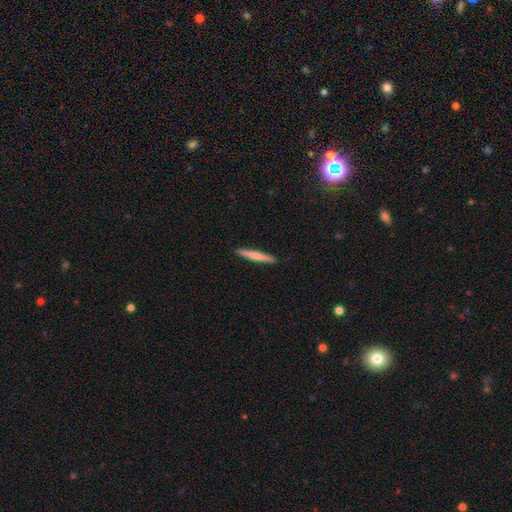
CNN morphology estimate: Smooth or featured?
  - smooth: 65% *
  - featured or disk: 30%
  - star or artifact: 5%
How rounded?
  - cigar-shaped: 95% *
  - in between: 3%
  - round: 1%
Merging?
  - none: 92% *
  - minor disturbance: 6%
  - major disturbance: 1%
  - merger: 1%